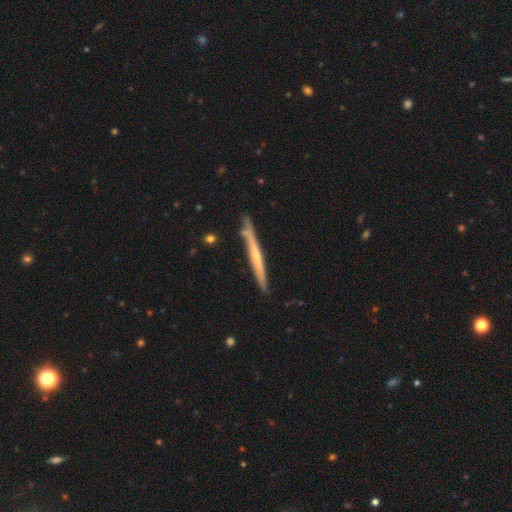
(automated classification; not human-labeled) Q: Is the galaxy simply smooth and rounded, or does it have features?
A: featured or disk — 63%.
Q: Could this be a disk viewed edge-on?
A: yes — 96%.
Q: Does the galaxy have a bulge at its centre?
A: none — 58%.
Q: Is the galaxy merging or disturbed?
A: none — 82%.